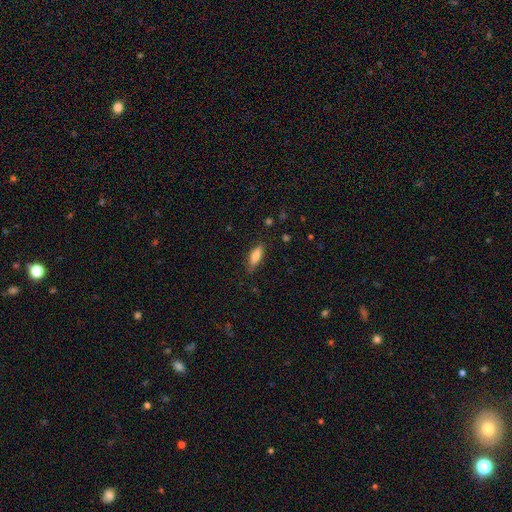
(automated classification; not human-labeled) Morphology: type=smooth (77%); roundness=in between (59%); merging=none (79%).